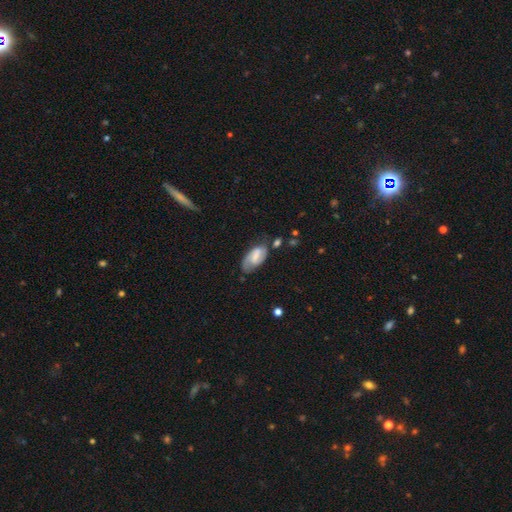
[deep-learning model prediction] Overall: smooth (49%; featured or disk 44%). Merging: none (54%; minor disturbance 30%).